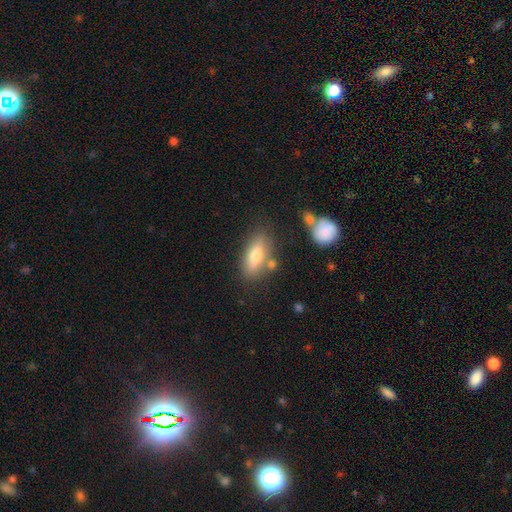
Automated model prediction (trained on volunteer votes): smooth-or-featured: smooth: 68% | featured or disk: 25% | star or artifact: 7%
  how-rounded: in between: 70% | cigar-shaped: 26% | round: 4%
  merging: none: 74% | minor disturbance: 14% | merger: 8% | major disturbance: 4%